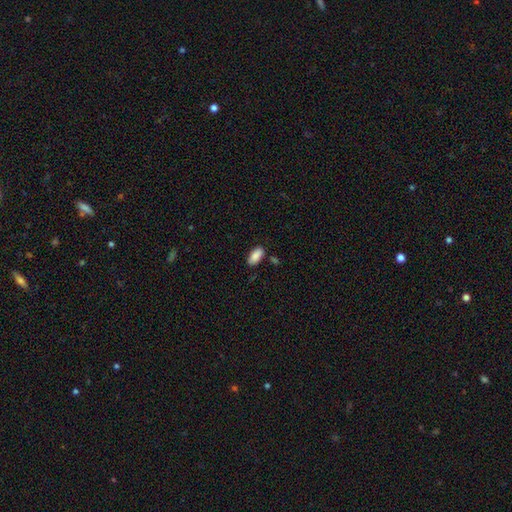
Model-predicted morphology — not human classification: type=smooth (89%); roundness=in between (91%); merging=none (82%).